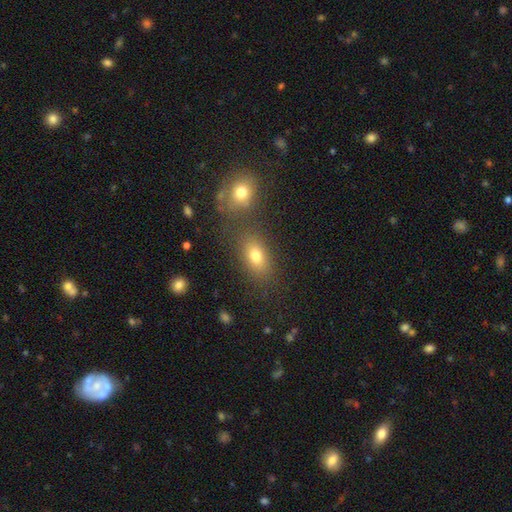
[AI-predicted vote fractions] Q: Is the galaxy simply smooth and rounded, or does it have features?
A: smooth — 74%.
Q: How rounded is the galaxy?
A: in between — 79%.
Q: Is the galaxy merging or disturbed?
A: none — 69%.